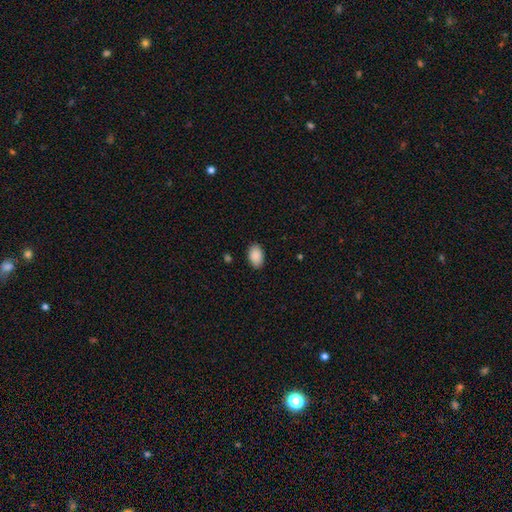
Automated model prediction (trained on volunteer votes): smooth-or-featured: smooth: 90% | star or artifact: 7% | featured or disk: 3%
  how-rounded: in between: 91% | round: 8% | cigar-shaped: 1%
  merging: none: 87% | minor disturbance: 9% | major disturbance: 2% | merger: 1%